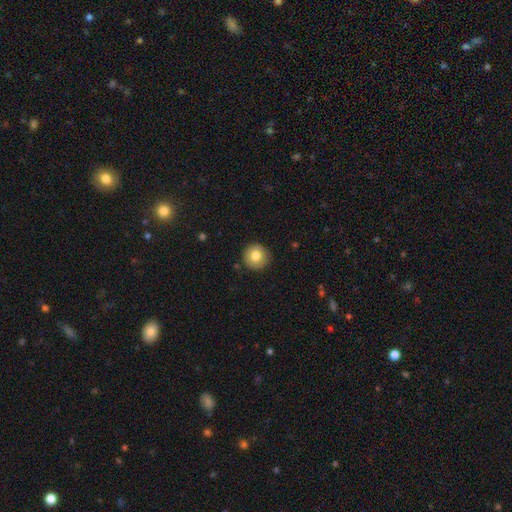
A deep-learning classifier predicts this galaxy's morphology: type=smooth (80%); roundness=round (95%); merging=none (89%).